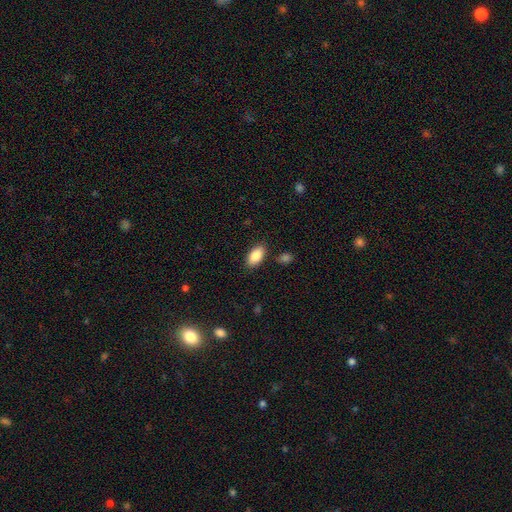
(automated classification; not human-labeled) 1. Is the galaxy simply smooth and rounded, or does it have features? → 87% smooth, 7% star or artifact, 6% featured or disk.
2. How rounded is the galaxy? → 93% in between, 4% cigar-shaped, 3% round.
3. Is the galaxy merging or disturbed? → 86% none, 10% minor disturbance, 2% merger, 2% major disturbance.